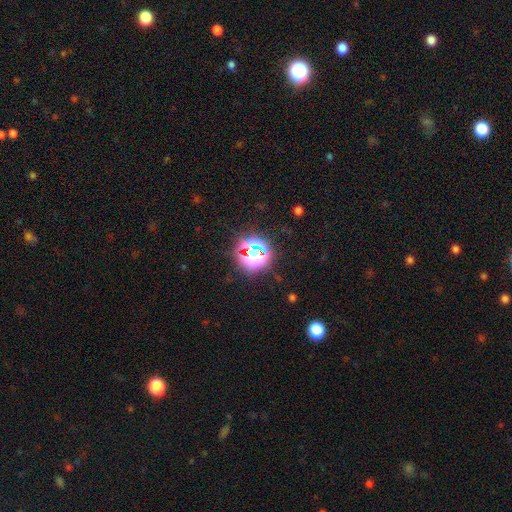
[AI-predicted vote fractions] star or artifact 76%, smooth 18%, featured or disk 7%.